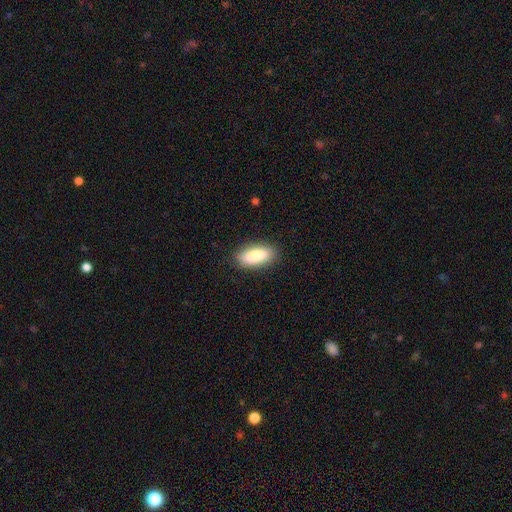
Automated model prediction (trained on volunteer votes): A smooth galaxy with no disk features (85%) that is in between round and cigar-shaped (82%). Merging: none (87%).